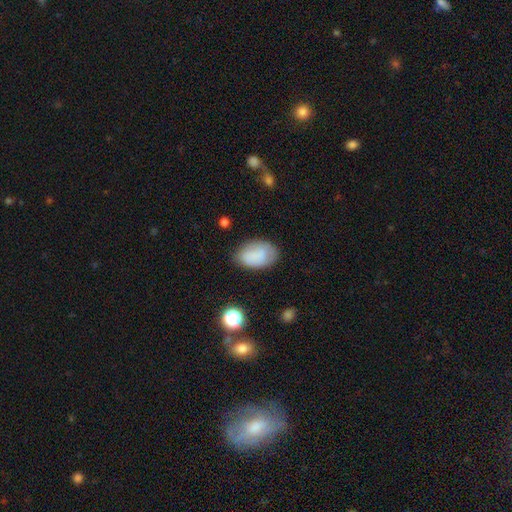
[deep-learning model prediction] Smooth or featured?
  - smooth: 78% *
  - featured or disk: 14%
  - star or artifact: 8%
How rounded?
  - in between: 90% *
  - round: 9%
  - cigar-shaped: 1%
Merging?
  - none: 71% *
  - minor disturbance: 21%
  - major disturbance: 6%
  - merger: 2%